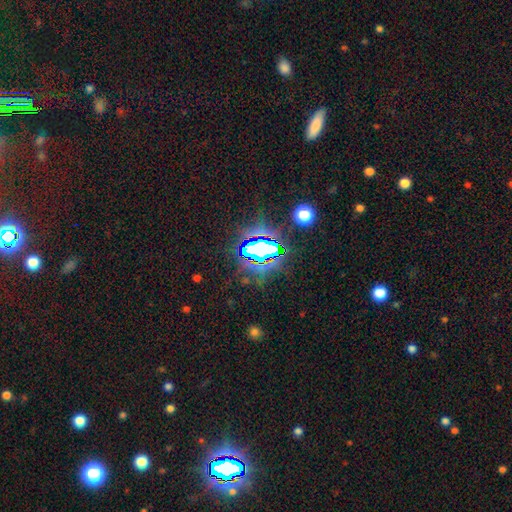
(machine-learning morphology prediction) A star or artifact, not a galaxy (82%).

Vote fractions:
- Smooth or featured? star or artifact: 82% / smooth: 11% / featured or disk: 7%